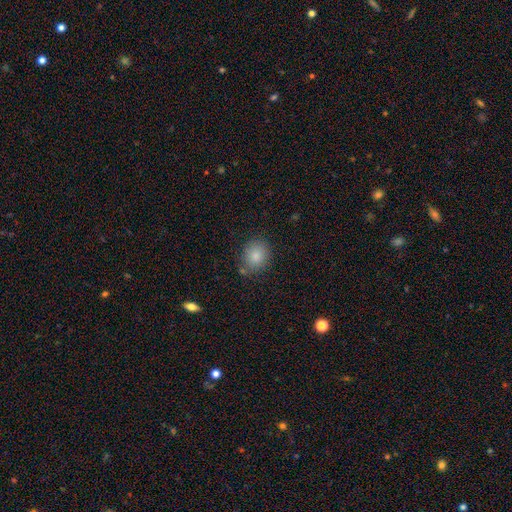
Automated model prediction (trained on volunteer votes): This is clearly a smooth galaxy (84%). How rounded: likely round (64%). Merging: likely none (75%).